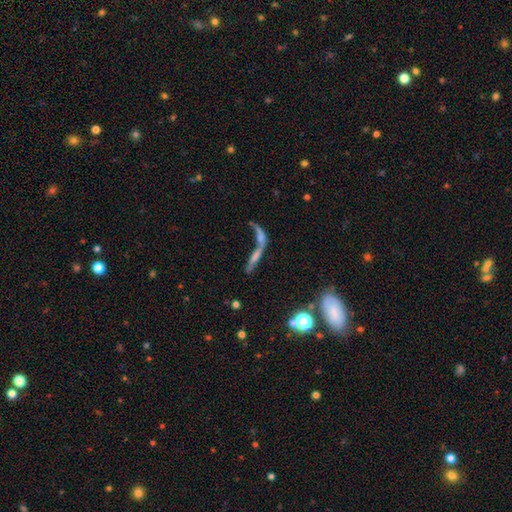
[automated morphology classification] A featured or disk galaxy (46%).

Vote fractions:
- Smooth or featured? featured or disk: 46% / smooth: 33% / star or artifact: 21%
- Merging? merger: 48% / none: 25% / major disturbance: 17% / minor disturbance: 10%